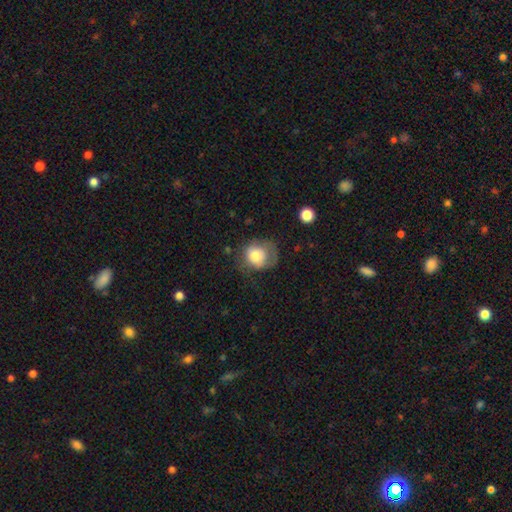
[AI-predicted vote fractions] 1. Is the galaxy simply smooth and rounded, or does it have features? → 71% smooth, 21% featured or disk, 8% star or artifact.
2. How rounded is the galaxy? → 70% round, 29% in between, 1% cigar-shaped.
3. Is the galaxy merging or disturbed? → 41% none, 29% minor disturbance, 28% major disturbance, 2% merger.